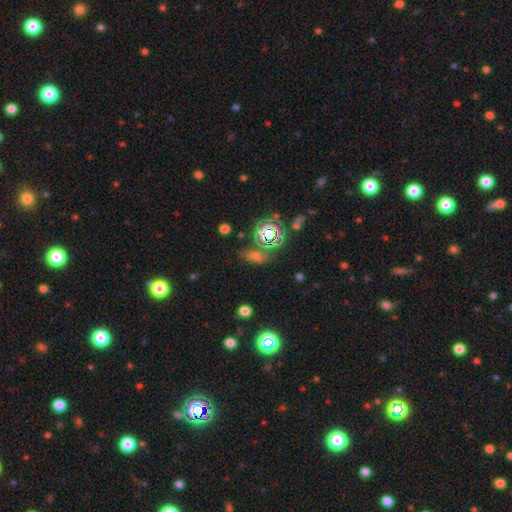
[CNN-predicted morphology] Q: Smooth or featured?
A: star or artifact (49%); runner-up: smooth (37%)